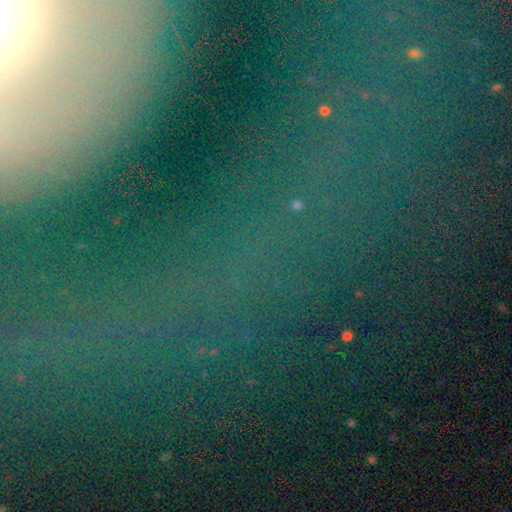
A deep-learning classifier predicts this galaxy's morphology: This appears to be a star or artifact, not a galaxy (62%).